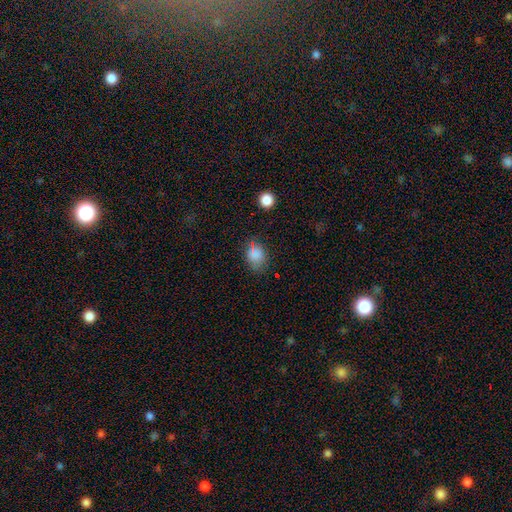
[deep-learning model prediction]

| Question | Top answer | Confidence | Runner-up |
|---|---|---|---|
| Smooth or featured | smooth | 80% | star or artifact (13%) |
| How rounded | in between | 54% | round (45%) |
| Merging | none | 62% | minor disturbance (26%) |